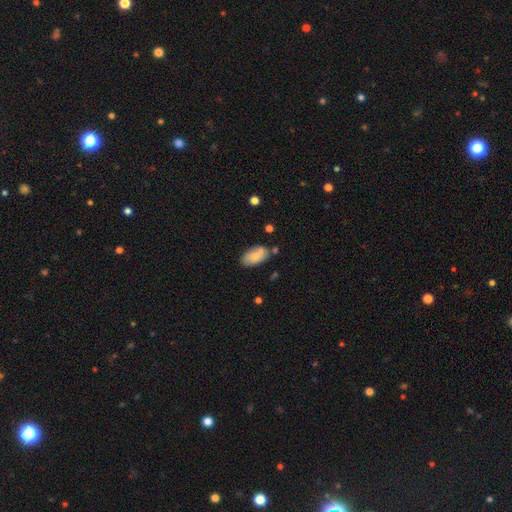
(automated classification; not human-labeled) Smooth or featured? smooth (77%)
How rounded? in between (94%)
Merging? none (65%)